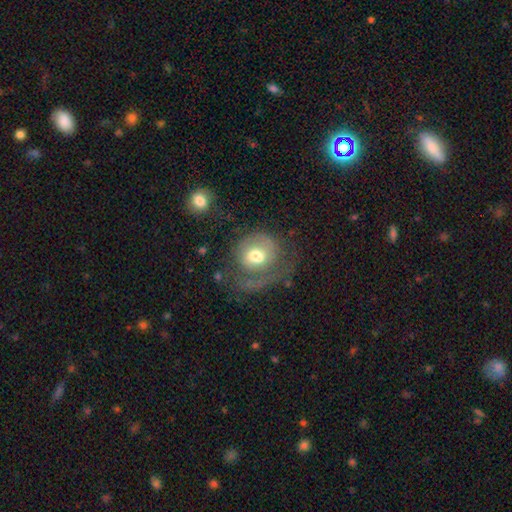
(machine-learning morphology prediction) smooth 51%, featured or disk 41%, star or artifact 8%. Down the decision tree: how rounded — round (76%); merging — major disturbance (40%).